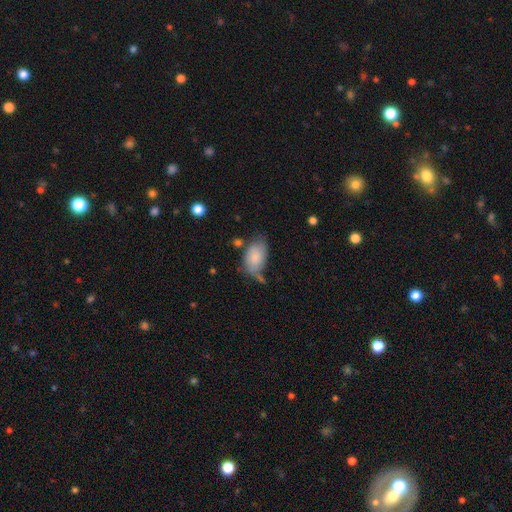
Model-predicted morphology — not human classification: This is clearly a smooth galaxy (81%). How rounded: clearly in between (91%). Merging: possibly none (46%).